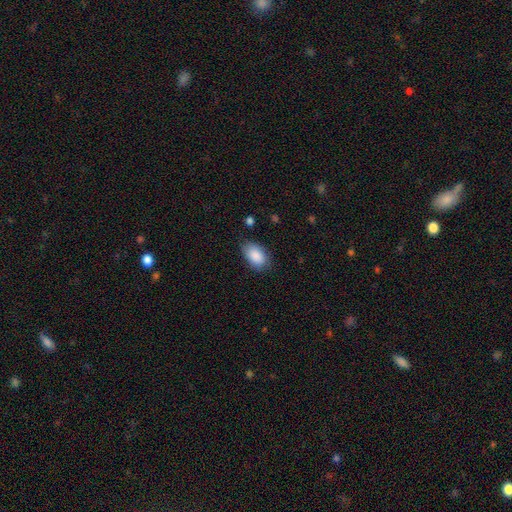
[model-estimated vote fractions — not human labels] Smooth or featured?
  - smooth: 89% *
  - star or artifact: 6%
  - featured or disk: 5%
How rounded?
  - in between: 92% *
  - round: 6%
  - cigar-shaped: 1%
Merging?
  - none: 77% *
  - minor disturbance: 18%
  - major disturbance: 4%
  - merger: 1%